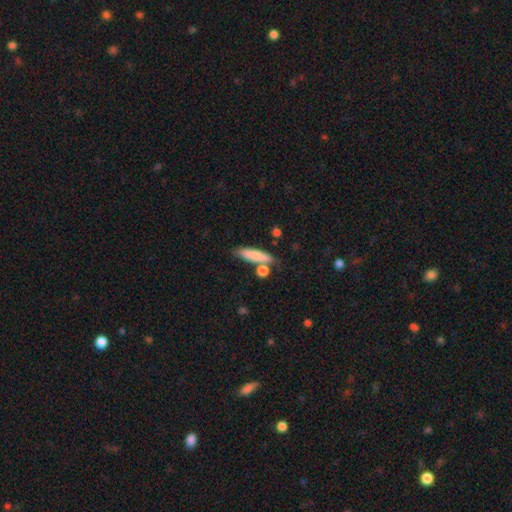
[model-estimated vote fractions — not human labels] Smooth or featured? smooth (78%)
How rounded? cigar-shaped (70%)
Merging? none (69%)